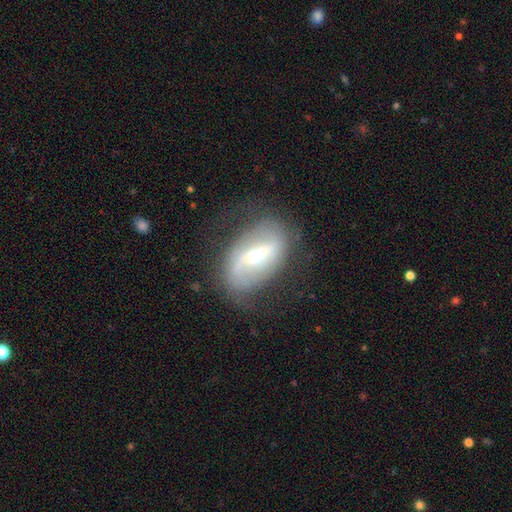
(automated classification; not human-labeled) This is likely a featured or disk galaxy (75%). It is clearly not viewed edge-on (91%). Bar: possibly strong (49%). Spiral arm pattern: likely yes (72%). Central bulge: possibly moderate (54%). Merging: likely none (67%).